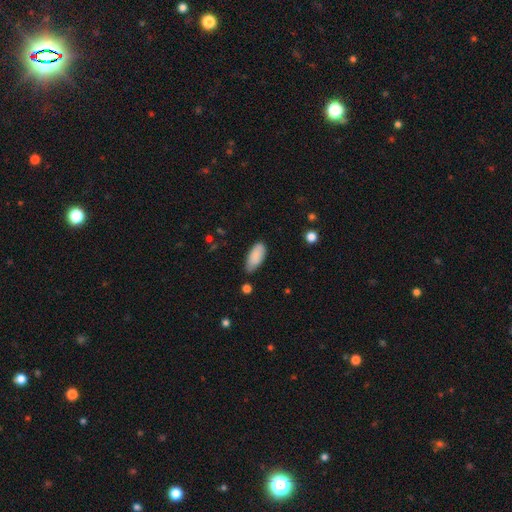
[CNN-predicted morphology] The model was most divided on "merging": none: 71%, minor disturbance: 22%, major disturbance: 4%, merger: 3%. More confident: smooth or featured — smooth (88%); how rounded — in between (87%).